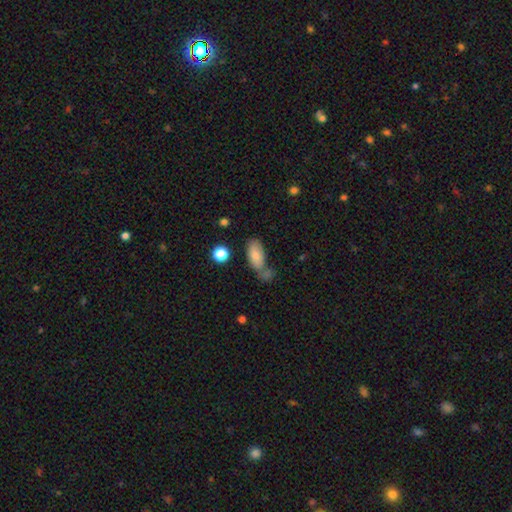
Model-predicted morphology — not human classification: smooth_or_featured: smooth (p=0.78) [alt: featured or disk p=0.14]
how_rounded: in between (p=0.90) [alt: cigar-shaped p=0.06]
merging: none (p=0.47) [alt: merger p=0.25]